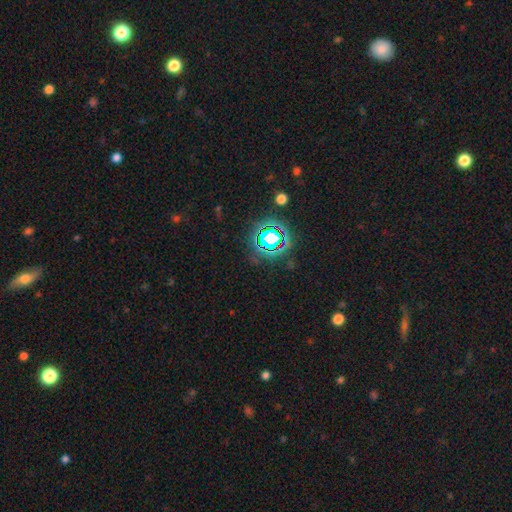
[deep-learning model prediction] A star or artifact, not a galaxy (81%).

Vote fractions:
- Smooth or featured? star or artifact: 81% / smooth: 12% / featured or disk: 7%